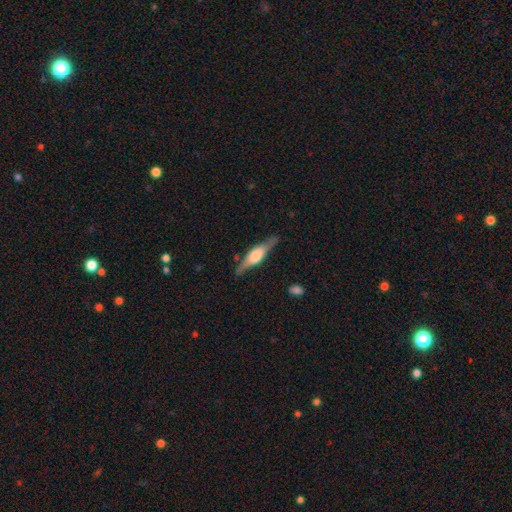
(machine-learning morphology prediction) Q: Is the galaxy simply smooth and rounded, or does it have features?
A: featured or disk — 68%.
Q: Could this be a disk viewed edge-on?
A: yes — 94%.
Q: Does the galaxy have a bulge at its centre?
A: rounded — 78%.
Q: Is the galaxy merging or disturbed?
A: none — 82%.